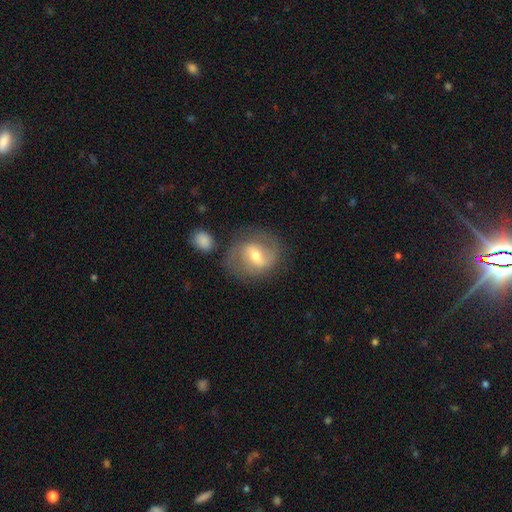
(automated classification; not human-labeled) This appears to be a featured or disk galaxy (70%) with a weak bar (51%), 2 (83%) medium (49%) spiral arms (86%) and a moderate central bulge (66%). Merging: none (72%).